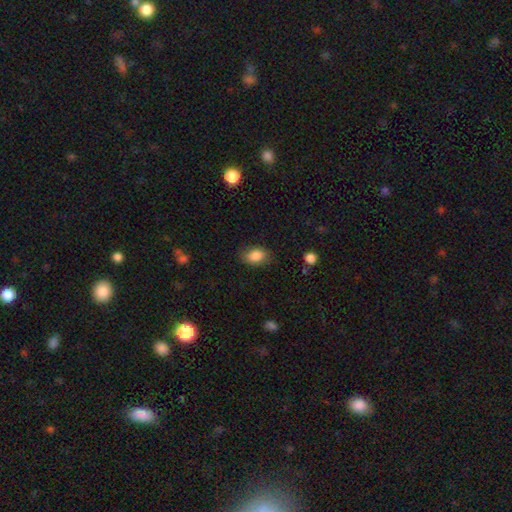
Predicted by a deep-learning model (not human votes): A smooth galaxy with no disk features (86%) that is in between round and cigar-shaped (82%).

Vote fractions:
- Smooth or featured? smooth: 86% / star or artifact: 8% / featured or disk: 7%
- How rounded? in between: 82% / round: 17% / cigar-shaped: 1%
- Merging? none: 77% / minor disturbance: 17% / major disturbance: 5% / merger: 1%